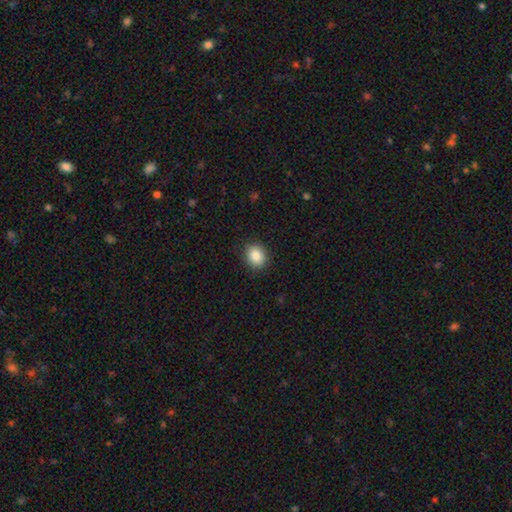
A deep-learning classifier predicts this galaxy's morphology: This appears to be a smooth galaxy with no disk features (85%) that is round (66%). Merging: none (89%).